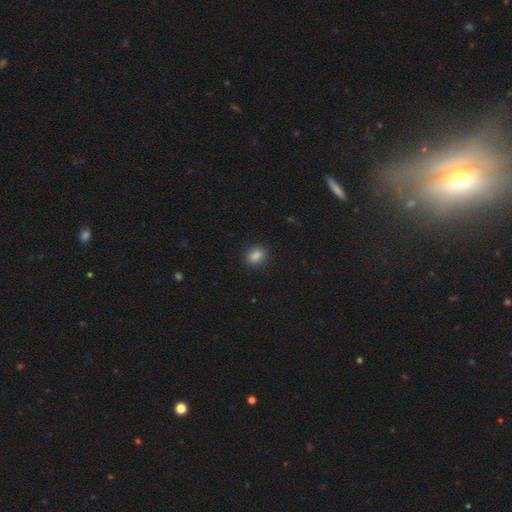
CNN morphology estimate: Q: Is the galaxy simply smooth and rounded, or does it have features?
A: smooth — 86%.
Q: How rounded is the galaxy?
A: round — 54%.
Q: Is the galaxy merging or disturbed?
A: none — 90%.